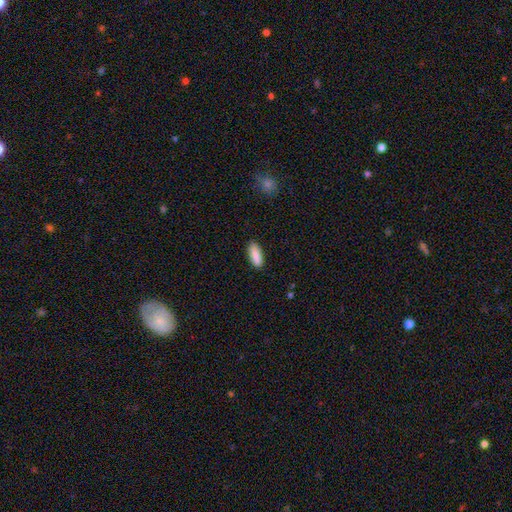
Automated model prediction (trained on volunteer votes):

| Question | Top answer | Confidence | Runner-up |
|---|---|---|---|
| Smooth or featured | smooth | 90% | star or artifact (6%) |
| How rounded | in between | 70% | cigar-shaped (28%) |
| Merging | none | 88% | minor disturbance (9%) |